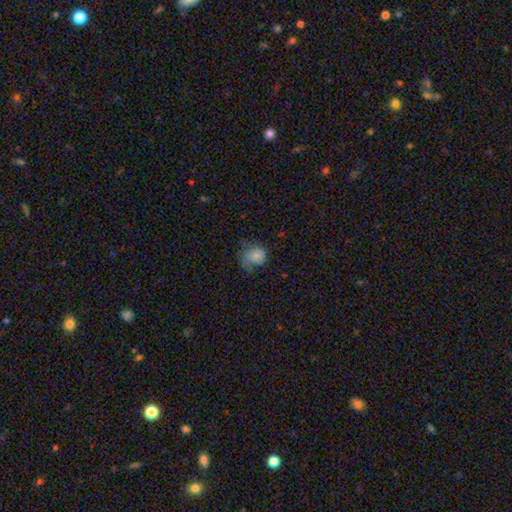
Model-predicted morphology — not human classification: smooth_or_featured: smooth (p=0.73) [alt: featured or disk p=0.17]
how_rounded: round (p=0.64) [alt: in between p=0.36]
merging: none (p=0.40) [alt: minor disturbance p=0.32]